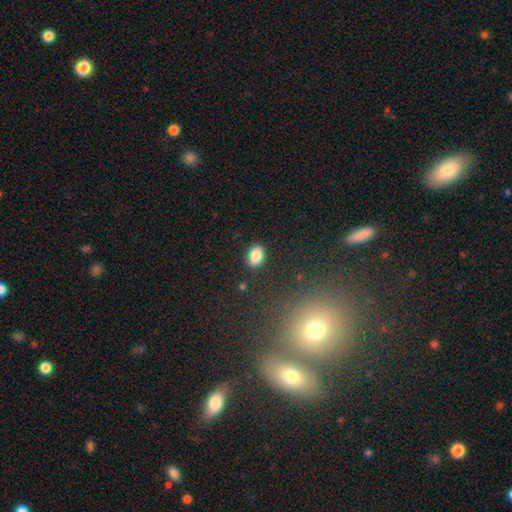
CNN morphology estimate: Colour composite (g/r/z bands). It shows a smooth galaxy with no disk features (86%) that is in between round and cigar-shaped (85%). Merging: none (87%).